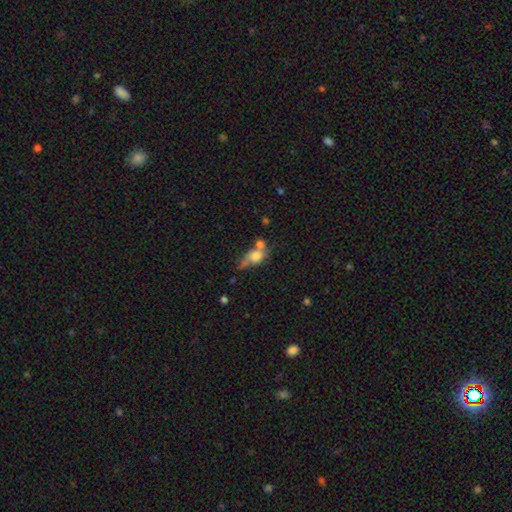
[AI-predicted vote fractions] This is likely a smooth galaxy (69%). How rounded: likely in between (62%). Merging: possibly merger (46%).